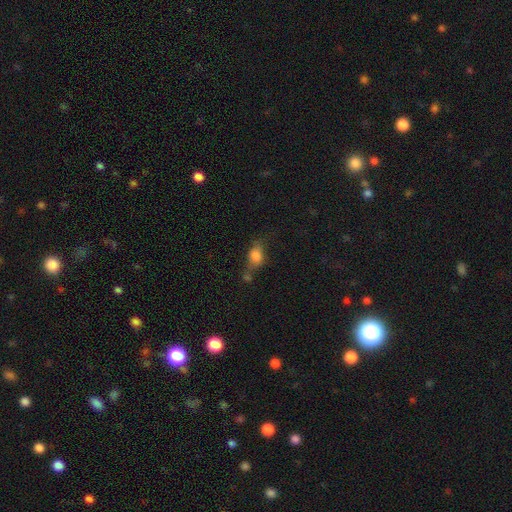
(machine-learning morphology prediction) Q: Smooth or featured?
A: smooth (74%); runner-up: featured or disk (15%)
Q: How rounded?
A: in between (69%); runner-up: round (25%)
Q: Merging?
A: none (39%); runner-up: merger (23%)